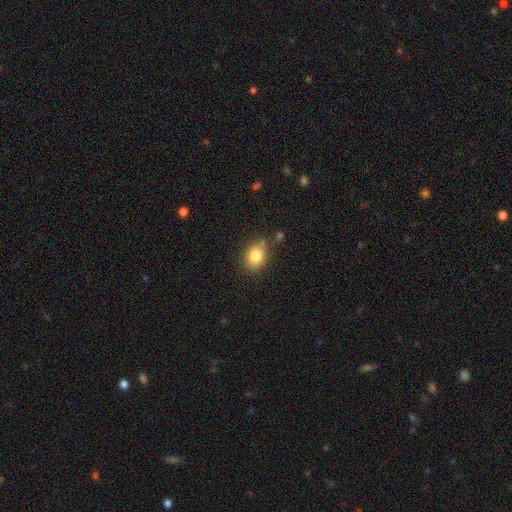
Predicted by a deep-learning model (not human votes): The model was most divided on "how rounded": in between: 61%, round: 38%, cigar-shaped: 1%. More confident: smooth or featured — smooth (83%); merging — none (73%).